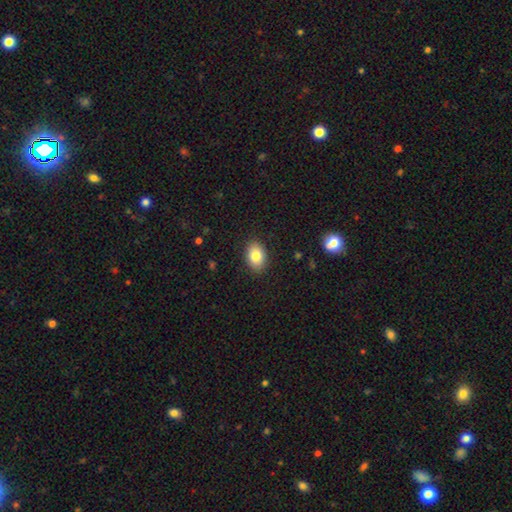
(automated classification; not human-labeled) This is clearly a smooth galaxy (83%). How rounded: clearly in between (81%). Merging: clearly none (88%).